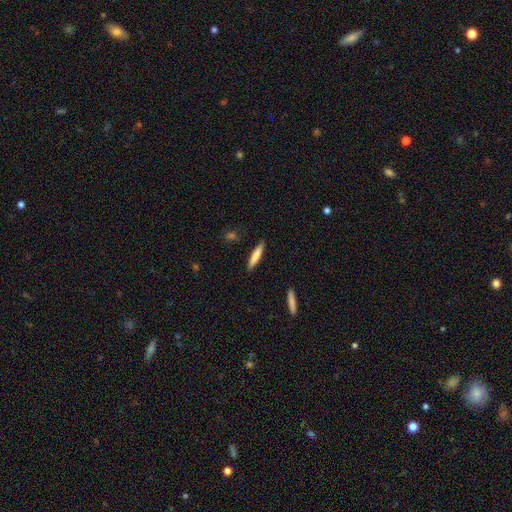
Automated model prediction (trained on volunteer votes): Q: Smooth or featured?
A: smooth (80%); runner-up: featured or disk (15%)
Q: How rounded?
A: cigar-shaped (89%); runner-up: in between (10%)
Q: Merging?
A: none (89%); runner-up: minor disturbance (7%)